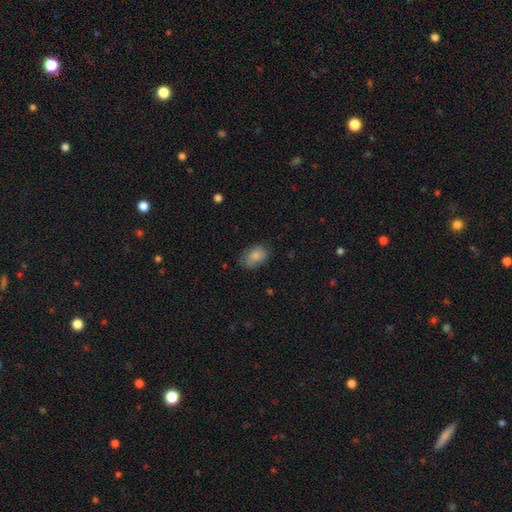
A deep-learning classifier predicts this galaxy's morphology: Q: Smooth or featured?
A: smooth (79%); runner-up: featured or disk (13%)
Q: How rounded?
A: in between (85%); runner-up: round (14%)
Q: Merging?
A: none (65%); runner-up: minor disturbance (25%)